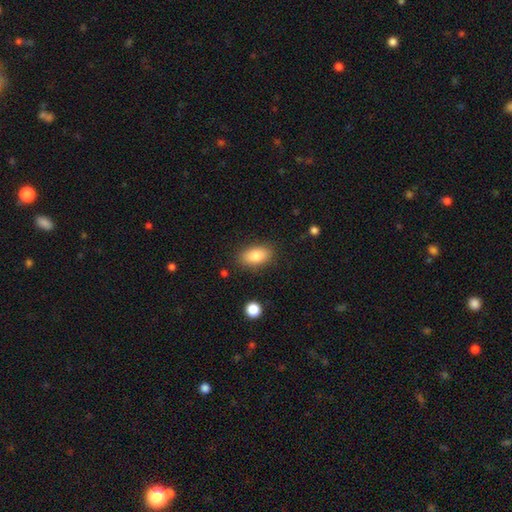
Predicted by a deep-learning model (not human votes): Smooth or featured? Predicted: smooth (p=0.83). How rounded? Predicted: in between (p=0.90). Merging? Predicted: none (p=0.85).